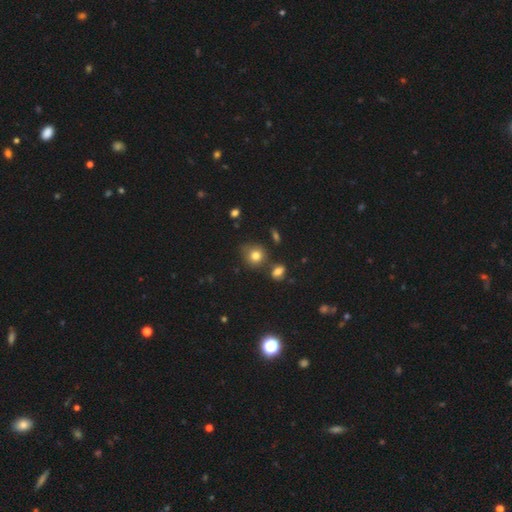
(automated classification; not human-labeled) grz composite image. It shows a smooth galaxy with no disk features (80%) that is round (82%). Merging: none (69%).